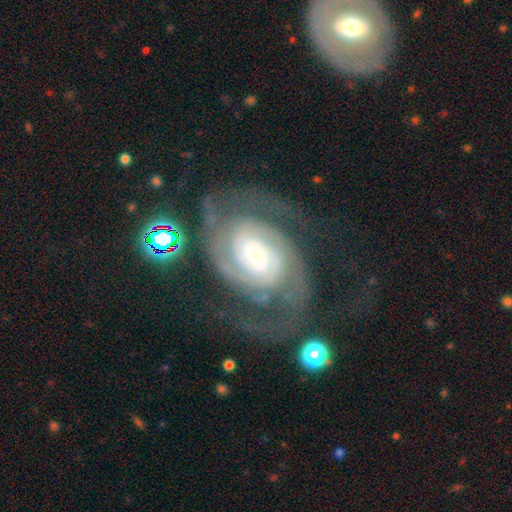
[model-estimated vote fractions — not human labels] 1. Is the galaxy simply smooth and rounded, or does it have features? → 90% featured or disk, 5% star or artifact, 4% smooth.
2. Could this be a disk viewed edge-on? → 97% no, 3% yes.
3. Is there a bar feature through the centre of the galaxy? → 61% no, 27% weak, 11% strong.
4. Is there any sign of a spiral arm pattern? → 98% yes, 2% no.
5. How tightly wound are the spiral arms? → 65% tight, 28% medium, 6% loose.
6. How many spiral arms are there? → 75% 2, 8% can't tell, 8% 3, 3% 4, 3% 1, 3% more than 4.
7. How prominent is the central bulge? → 64% small, 26% moderate, 6% large, 2% none, 2% dominant.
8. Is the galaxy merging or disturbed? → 65% none, 17% major disturbance, 16% minor disturbance, 3% merger.